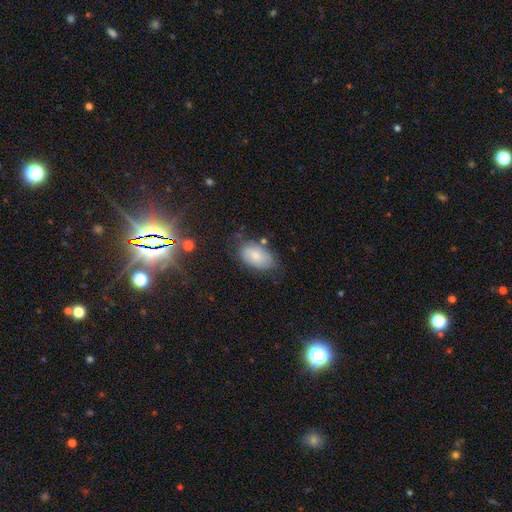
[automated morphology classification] smooth_or_featured: smooth (p=0.77) [alt: featured or disk p=0.15]
how_rounded: in between (p=0.93) [alt: round p=0.05]
merging: none (p=0.65) [alt: minor disturbance p=0.24]